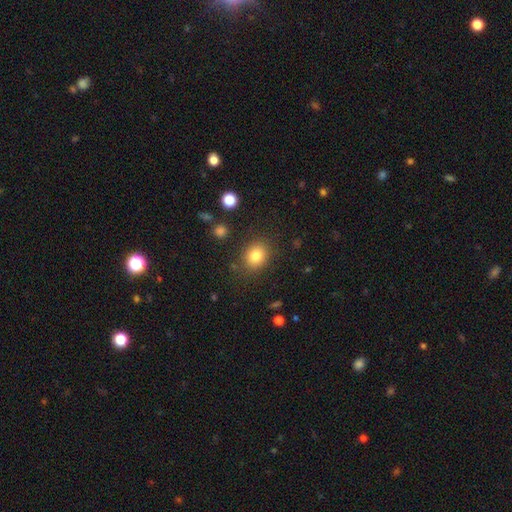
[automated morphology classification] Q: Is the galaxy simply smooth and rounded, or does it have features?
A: smooth — 81%.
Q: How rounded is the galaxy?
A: round — 57%.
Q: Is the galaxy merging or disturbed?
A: none — 82%.